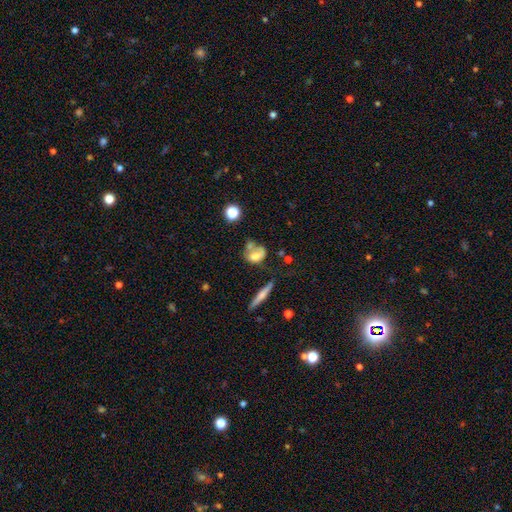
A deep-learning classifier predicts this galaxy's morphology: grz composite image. It shows a smooth galaxy with no disk features (56%) that is in between round and cigar-shaped (57%). Merging: merger (31%).